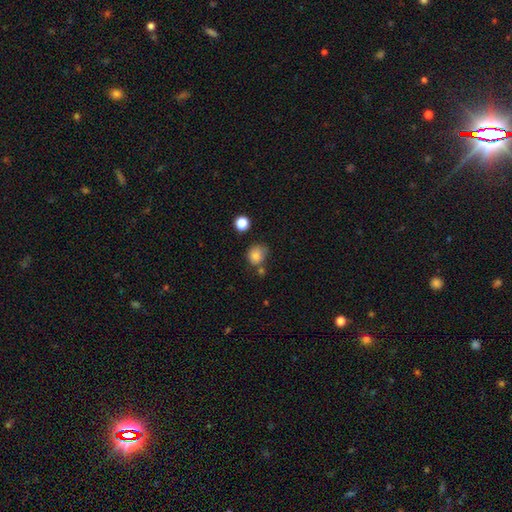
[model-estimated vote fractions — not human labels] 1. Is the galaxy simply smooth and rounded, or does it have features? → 80% smooth, 11% star or artifact, 10% featured or disk.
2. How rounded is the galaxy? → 74% round, 25% in between, 1% cigar-shaped.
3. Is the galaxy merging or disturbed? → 59% none, 23% minor disturbance, 12% merger, 6% major disturbance.